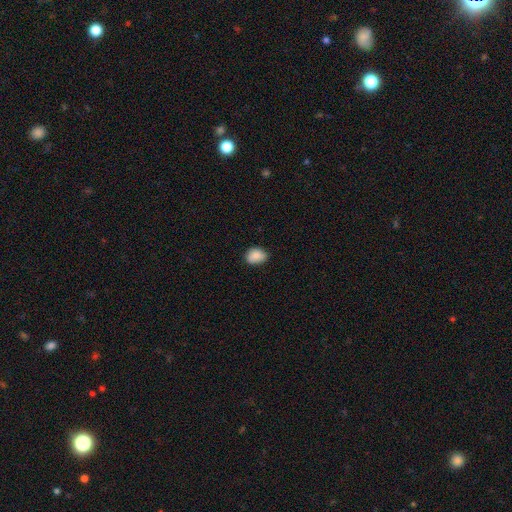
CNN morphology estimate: smooth-or-featured: smooth: 86% | star or artifact: 8% | featured or disk: 6%
  how-rounded: in between: 63% | round: 36% | cigar-shaped: 1%
  merging: none: 75% | minor disturbance: 21% | major disturbance: 3% | merger: 1%